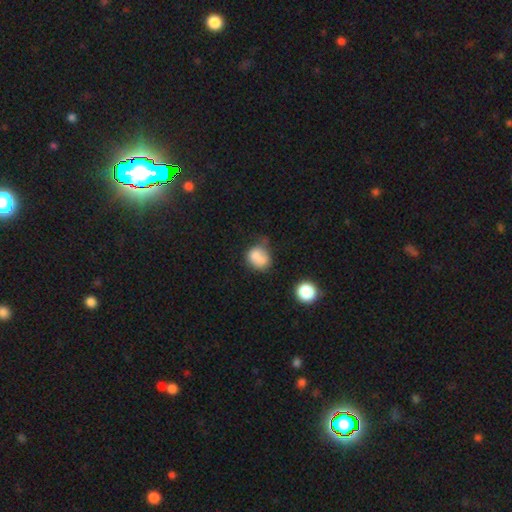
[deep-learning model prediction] A smooth galaxy with no disk features (77%) that is round (56%).

Vote fractions:
- Smooth or featured? smooth: 77% / featured or disk: 13% / star or artifact: 11%
- How rounded? round: 56% / in between: 43% / cigar-shaped: 1%
- Merging? none: 34% / minor disturbance: 33% / major disturbance: 19% / merger: 14%